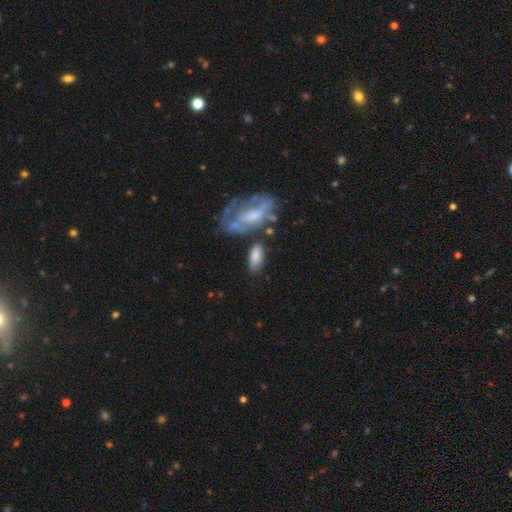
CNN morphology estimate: Smooth or featured?
  - smooth: 77% *
  - featured or disk: 17%
  - star or artifact: 6%
How rounded?
  - in between: 88% *
  - cigar-shaped: 9%
  - round: 3%
Merging?
  - none: 64% *
  - minor disturbance: 18%
  - merger: 11%
  - major disturbance: 7%